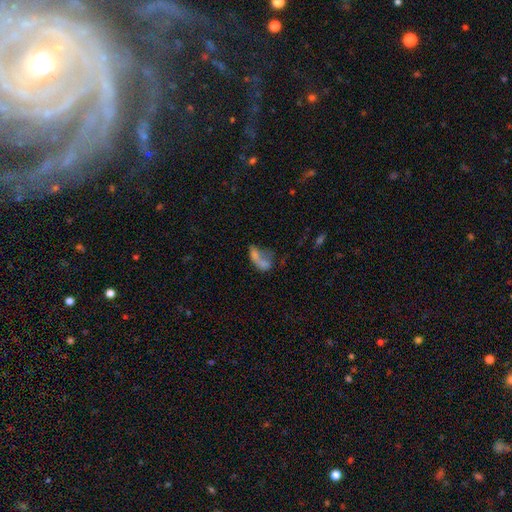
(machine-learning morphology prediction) A smooth galaxy with no disk features (49%).

Vote fractions:
- Smooth or featured? smooth: 49% / featured or disk: 32% / star or artifact: 19%
- Merging? merger: 42% / none: 23% / major disturbance: 23% / minor disturbance: 12%